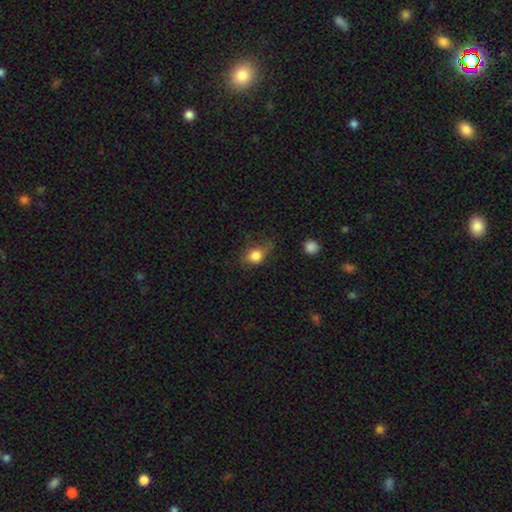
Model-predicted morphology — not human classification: This appears to be a smooth galaxy with no disk features (79%) that is round (64%). Merging: none (53%).